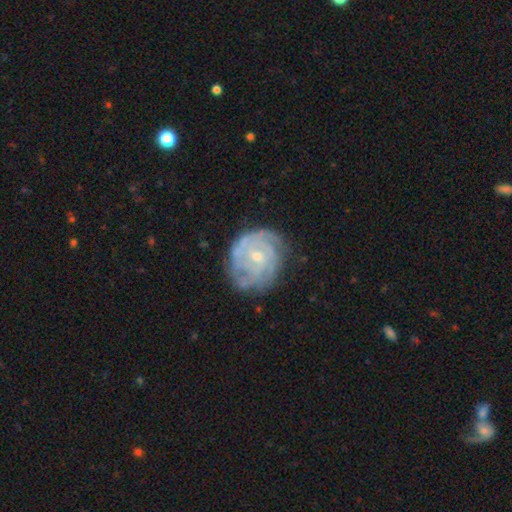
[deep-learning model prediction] Smooth or featured?
  - featured or disk: 82% *
  - smooth: 11%
  - star or artifact: 6%
Edge-on disk?
  - no: 98% *
  - yes: 2%
Bar?
  - no: 69% *
  - weak: 27%
  - strong: 4%
Spiral arms?
  - yes: 92% *
  - no: 8%
Spiral winding?
  - tight: 72% *
  - medium: 23%
  - loose: 5%
Spiral arm count?
  - can't tell: 39% *
  - 3: 19%
  - 4: 17%
  - 2: 13%
  - more than 4: 7%
  - 1: 6%
Bulge size?
  - small: 64% *
  - moderate: 33%
  - none: 2%
  - large: 1%
  - dominant: 1%
Merging?
  - none: 71% *
  - minor disturbance: 20%
  - major disturbance: 7%
  - merger: 2%